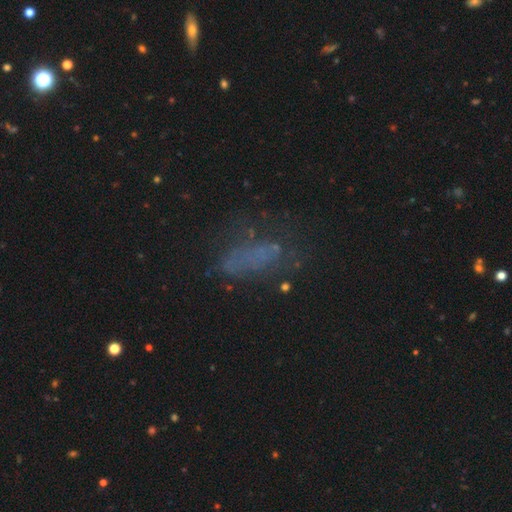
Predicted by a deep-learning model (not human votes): This appears to be a smooth galaxy with no disk features (45%). Merging: none (54%).